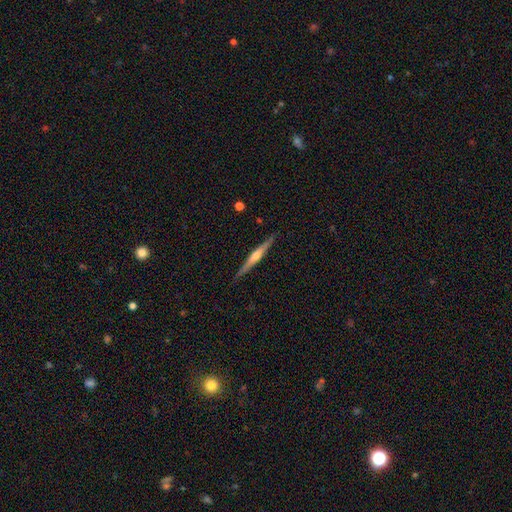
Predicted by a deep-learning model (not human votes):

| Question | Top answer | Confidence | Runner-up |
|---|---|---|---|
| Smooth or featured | featured or disk | 71% | smooth (24%) |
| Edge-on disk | yes | 98% | no (2%) |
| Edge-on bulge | rounded | 80% | none (13%) |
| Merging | none | 90% | minor disturbance (8%) |